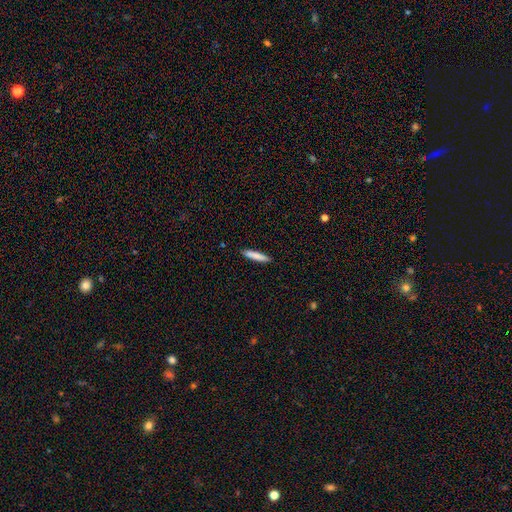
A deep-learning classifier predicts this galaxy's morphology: Smooth or featured: smooth — 84% (featured or disk — 11%)
How rounded: cigar-shaped — 91% (in between — 8%)
Merging: none — 91% (minor disturbance — 6%)